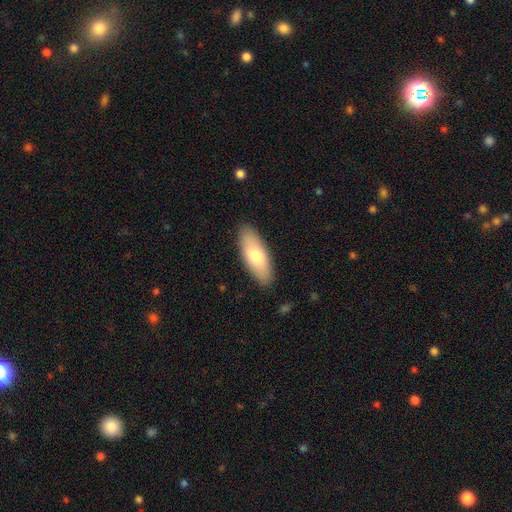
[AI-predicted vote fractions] Overall: smooth (74%). How rounded: in between (74%). Merging: none (88%).